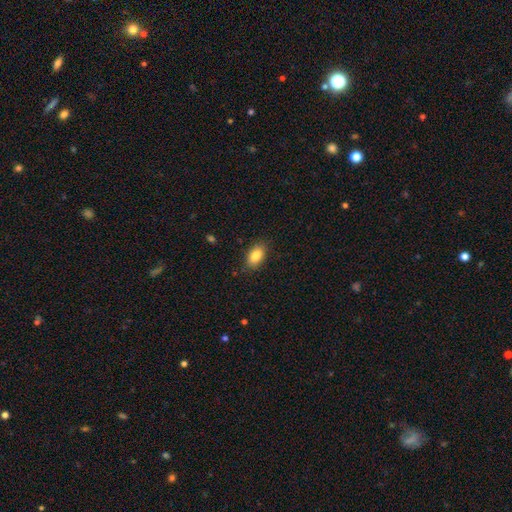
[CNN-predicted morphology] A smooth galaxy with no disk features (84%) that is in between round and cigar-shaped (89%).

Vote fractions:
- Smooth or featured? smooth: 84% / featured or disk: 8% / star or artifact: 8%
- How rounded? in between: 89% / round: 7% / cigar-shaped: 3%
- Merging? none: 84% / minor disturbance: 12% / major disturbance: 3% / merger: 1%